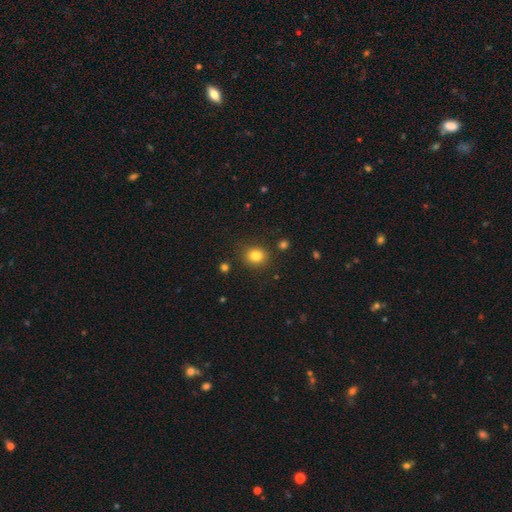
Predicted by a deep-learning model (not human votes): smooth 82%, star or artifact 12%, featured or disk 6%. Down the decision tree: how rounded — round (73%); merging — none (86%).